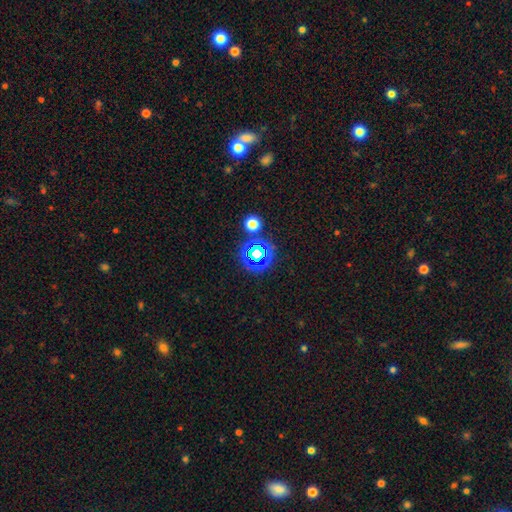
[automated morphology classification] Smooth or featured? star or artifact (64%)